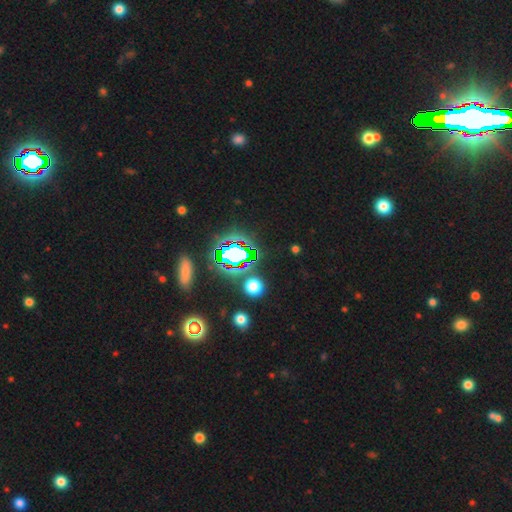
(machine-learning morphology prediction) Smooth or featured: star or artifact — 80% (smooth — 11%)